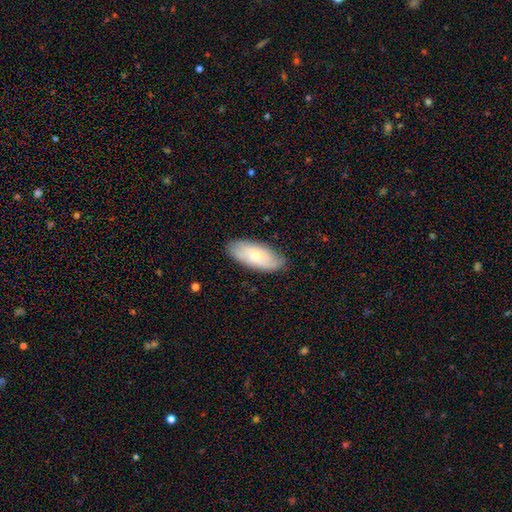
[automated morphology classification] type=smooth (61%); roundness=in between (88%); merging=none (82%).